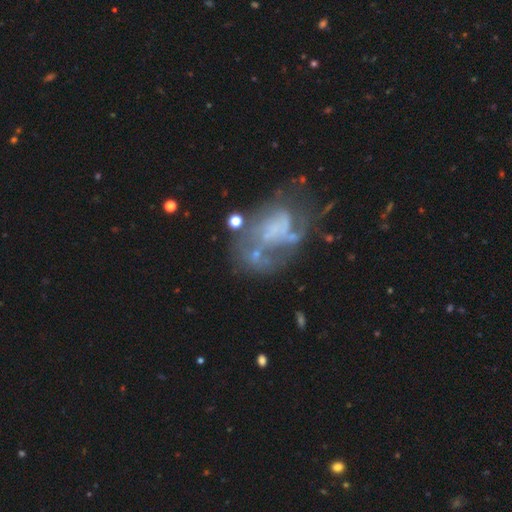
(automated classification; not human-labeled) Smooth or featured?
  - featured or disk: 68% *
  - smooth: 19%
  - star or artifact: 13%
Edge-on disk?
  - no: 98% *
  - yes: 2%
Bar?
  - no: 76% *
  - weak: 18%
  - strong: 6%
Spiral arms?
  - yes: 51% *
  - no: 49%
Bulge size?
  - none: 73% *
  - small: 14%
  - moderate: 8%
  - large: 3%
  - dominant: 2%
Merging?
  - major disturbance: 39% *
  - none: 31%
  - minor disturbance: 17%
  - merger: 12%